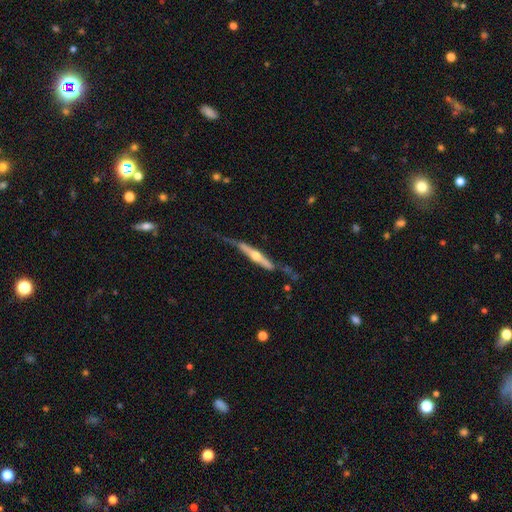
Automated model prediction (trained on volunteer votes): A featured or disk galaxy (76%) viewed edge-on (92%) with a rounded central bulge (88%).

Vote fractions:
- Smooth or featured? featured or disk: 76% / smooth: 19% / star or artifact: 5%
- Edge-on disk? yes: 92% / no: 8%
- Edge-on bulge? rounded: 88% / none: 7% / boxy: 5%
- Merging? none: 55% / minor disturbance: 28% / major disturbance: 14% / merger: 4%